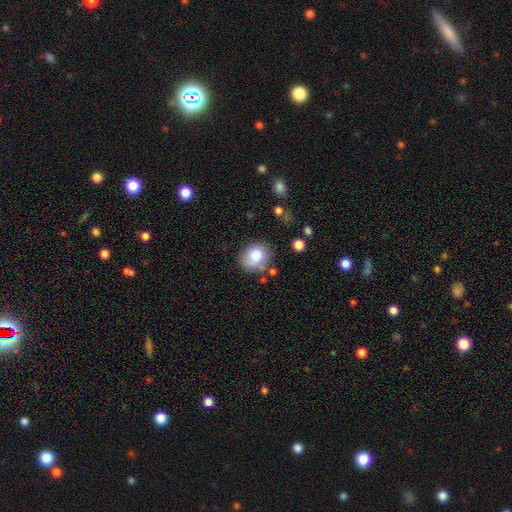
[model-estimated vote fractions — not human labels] smooth 79%, featured or disk 12%, star or artifact 9%. Down the decision tree: how rounded — round (55%); merging — none (64%).